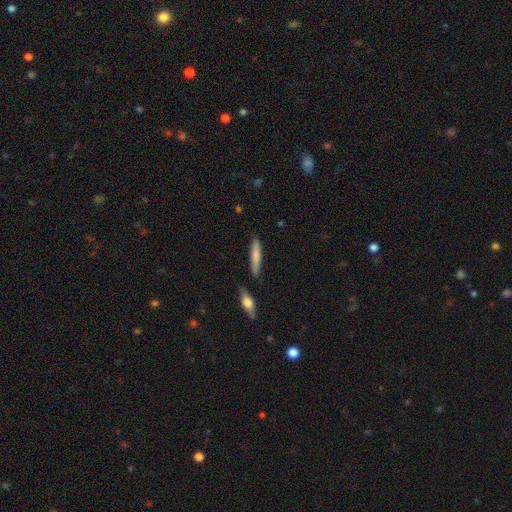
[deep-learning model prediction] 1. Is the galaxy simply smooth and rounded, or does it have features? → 74% smooth, 21% featured or disk, 6% star or artifact.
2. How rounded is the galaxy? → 89% cigar-shaped, 10% in between, 2% round.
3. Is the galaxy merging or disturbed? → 83% none, 10% minor disturbance, 5% merger, 2% major disturbance.